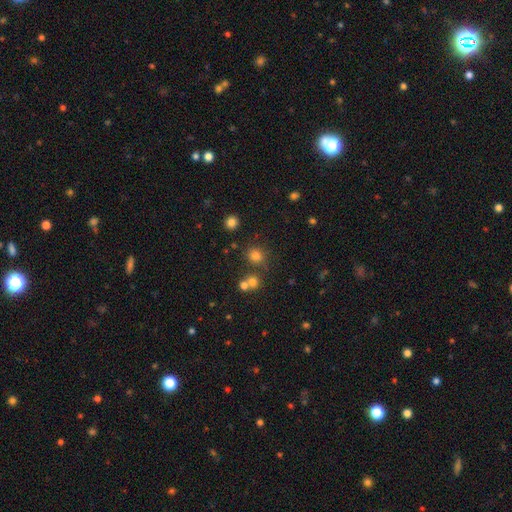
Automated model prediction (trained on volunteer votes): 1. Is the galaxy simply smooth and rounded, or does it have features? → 75% smooth, 18% star or artifact, 7% featured or disk.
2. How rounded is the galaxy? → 85% round, 14% in between, 1% cigar-shaped.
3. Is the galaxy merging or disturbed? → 74% none, 13% merger, 9% minor disturbance, 4% major disturbance.